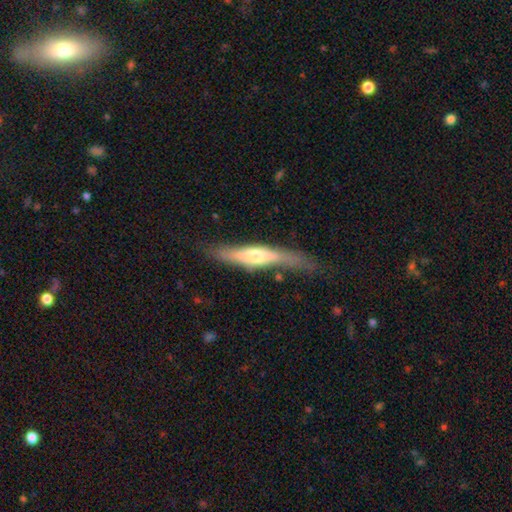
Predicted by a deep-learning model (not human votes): Smooth or featured? Predicted: featured or disk (p=0.58). Edge-on disk? Predicted: yes (p=0.88). Edge-on bulge? Predicted: rounded (p=0.81). Merging? Predicted: none (p=0.68).